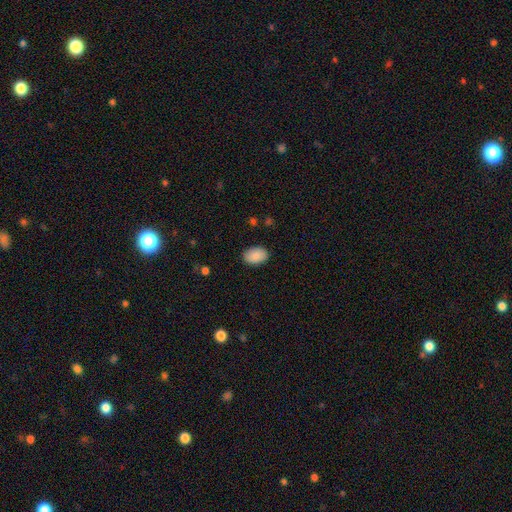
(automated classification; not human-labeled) Overall: smooth (89%). How rounded: in between (84%). Merging: none (88%).